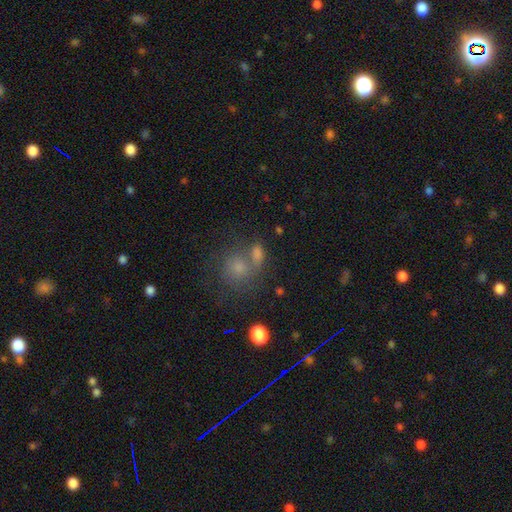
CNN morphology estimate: smooth 53%, star or artifact 30%, featured or disk 16%. Down the decision tree: how rounded — round (82%); merging — none (56%).